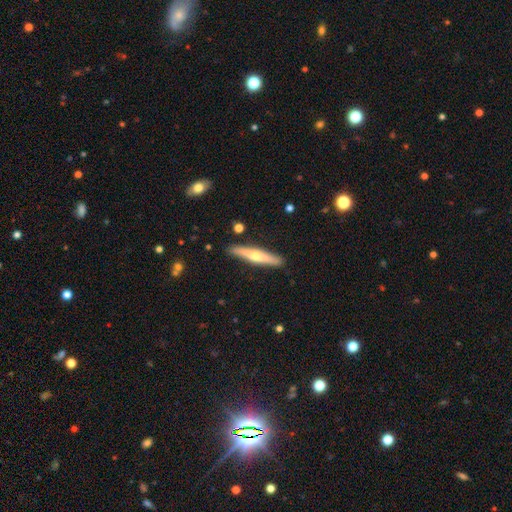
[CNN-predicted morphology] The model was most divided on "smooth or featured": featured or disk: 56%, smooth: 38%, star or artifact: 6%. More confident: edge-on disk — yes (95%); merging — none (89%); edge-on bulge — rounded (85%).